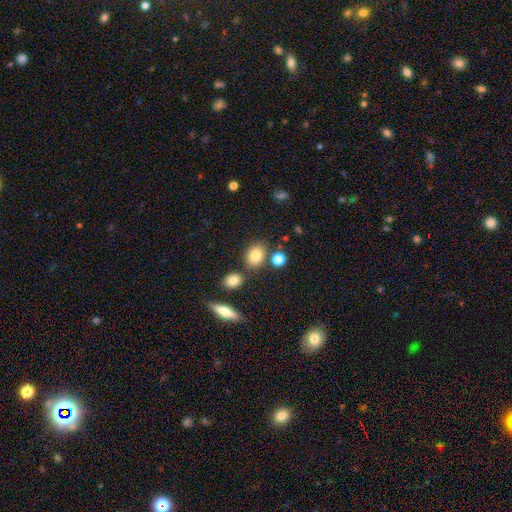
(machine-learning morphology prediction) Q: Smooth or featured?
A: smooth (80%); runner-up: star or artifact (11%)
Q: How rounded?
A: in between (64%); runner-up: round (34%)
Q: Merging?
A: none (74%); runner-up: merger (11%)